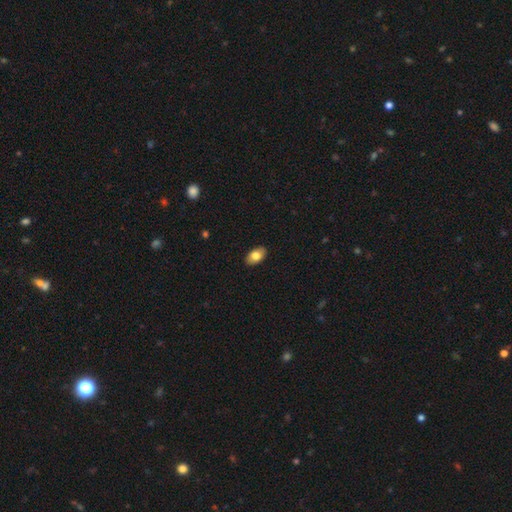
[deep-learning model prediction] The model was most divided on "smooth or featured": smooth: 79%, featured or disk: 14%, star or artifact: 7%. More confident: how rounded — in between (92%); merging — none (89%).